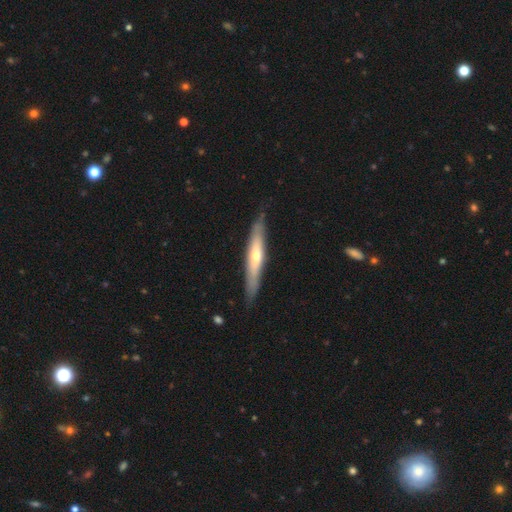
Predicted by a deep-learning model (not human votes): Q: Smooth or featured?
A: featured or disk (54%); runner-up: smooth (40%)
Q: Edge-on disk?
A: yes (86%); runner-up: no (14%)
Q: Merging?
A: none (83%); runner-up: minor disturbance (13%)